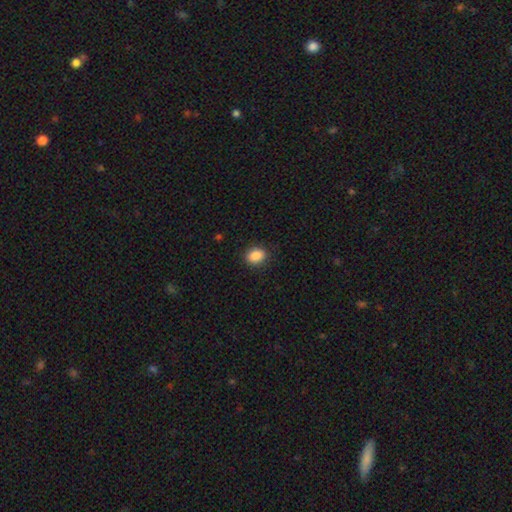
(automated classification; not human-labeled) This appears to be a smooth galaxy with no disk features (88%) that is in between round and cigar-shaped (61%). Merging: none (89%).